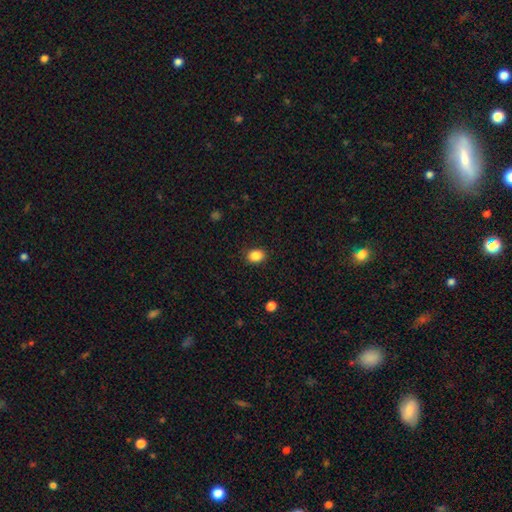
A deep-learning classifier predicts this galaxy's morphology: Smooth or featured: smooth — 86% (star or artifact — 10%)
How rounded: round — 52% (in between — 47%)
Merging: none — 88% (minor disturbance — 9%)